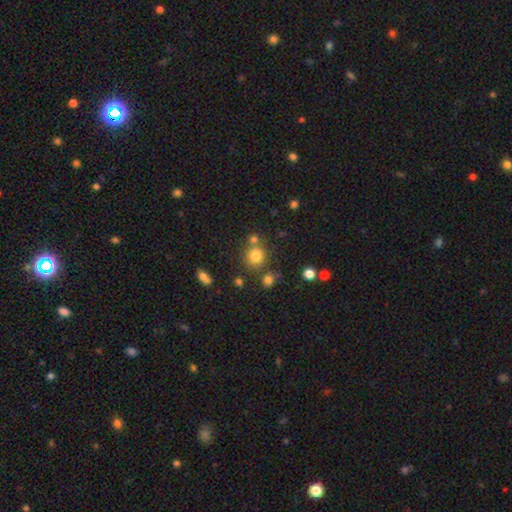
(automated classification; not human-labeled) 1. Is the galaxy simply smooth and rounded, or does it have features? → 78% smooth, 14% star or artifact, 7% featured or disk.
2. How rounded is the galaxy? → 87% round, 12% in between, 1% cigar-shaped.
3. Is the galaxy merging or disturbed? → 69% none, 17% merger, 10% minor disturbance, 4% major disturbance.